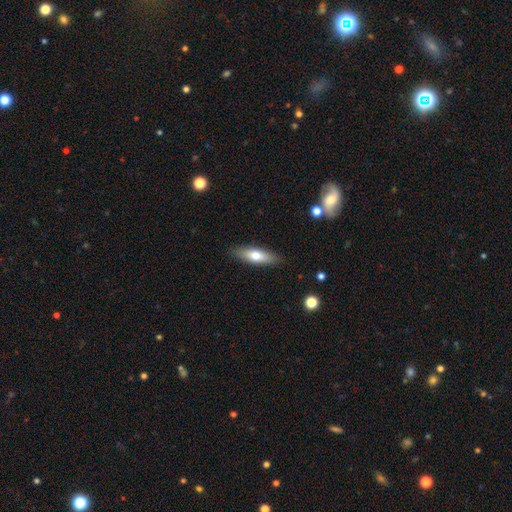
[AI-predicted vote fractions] Overall: smooth (65%; featured or disk 29%). How rounded: in between (53%; cigar-shaped 44%). Merging: none (88%).